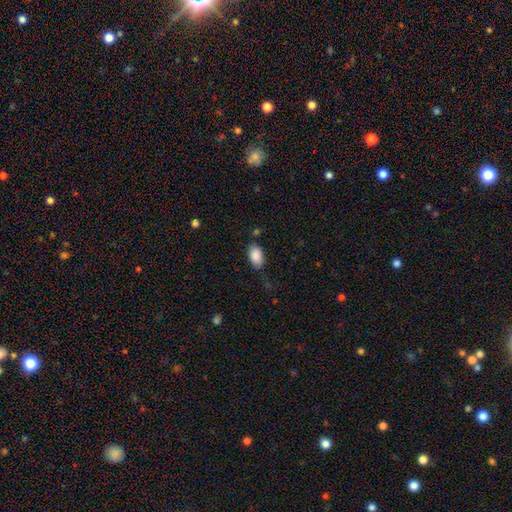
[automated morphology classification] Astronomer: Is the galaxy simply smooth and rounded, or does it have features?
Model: smooth — 88%.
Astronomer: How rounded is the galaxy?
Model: in between — 93%.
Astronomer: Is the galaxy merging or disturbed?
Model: none — 74%.